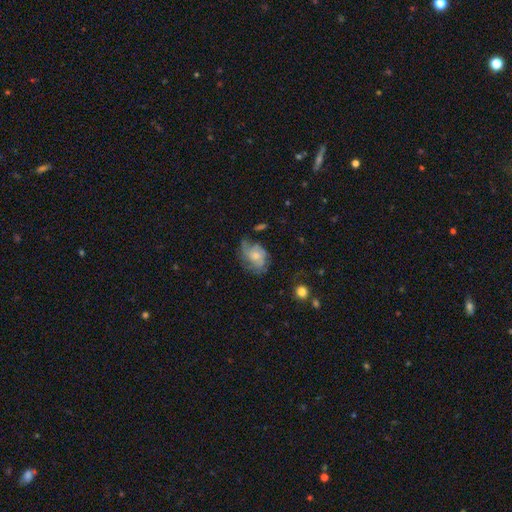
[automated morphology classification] This is possibly a featured or disk galaxy (50%). Merging: marginally none (44%).